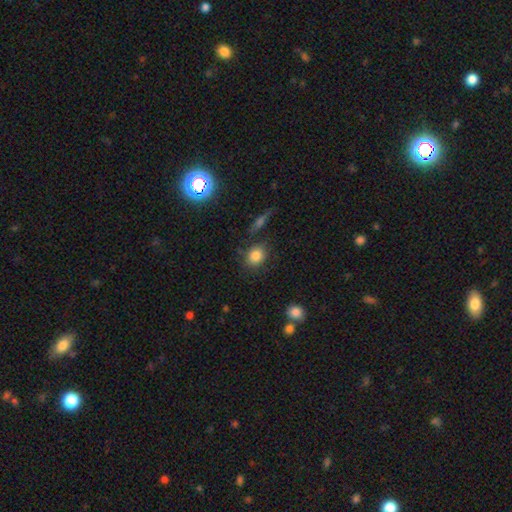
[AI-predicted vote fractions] Q: Smooth or featured?
A: smooth (83%); runner-up: star or artifact (10%)
Q: How rounded?
A: round (63%); runner-up: in between (36%)
Q: Merging?
A: none (80%); runner-up: minor disturbance (11%)